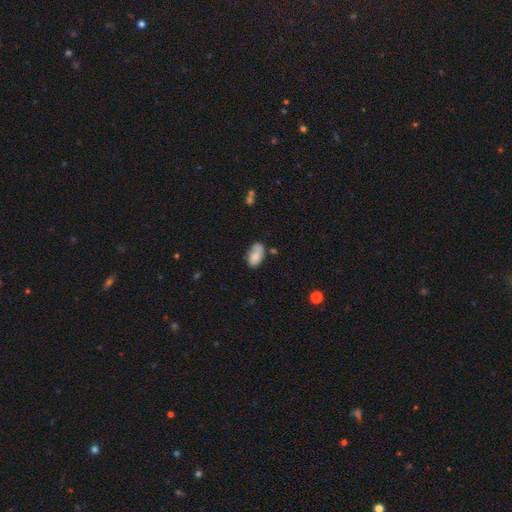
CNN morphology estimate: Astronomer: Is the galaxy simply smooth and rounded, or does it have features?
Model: smooth — 75%.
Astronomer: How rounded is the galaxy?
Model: in between — 93%.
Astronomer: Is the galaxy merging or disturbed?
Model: none — 53% (runner-up: minor disturbance, 30%).